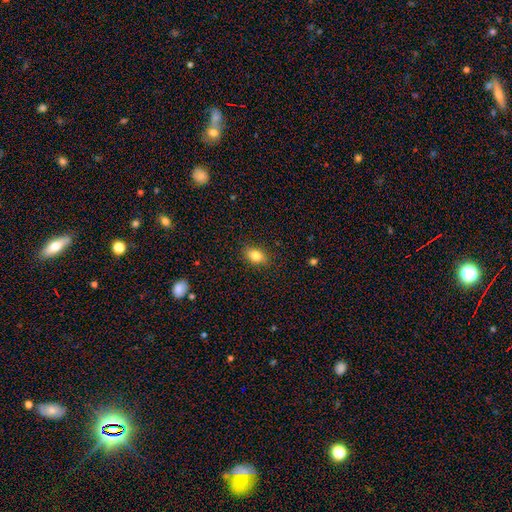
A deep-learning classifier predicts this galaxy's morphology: A smooth galaxy with no disk features (83%) that is in between round and cigar-shaped (81%). Merging: none (88%).